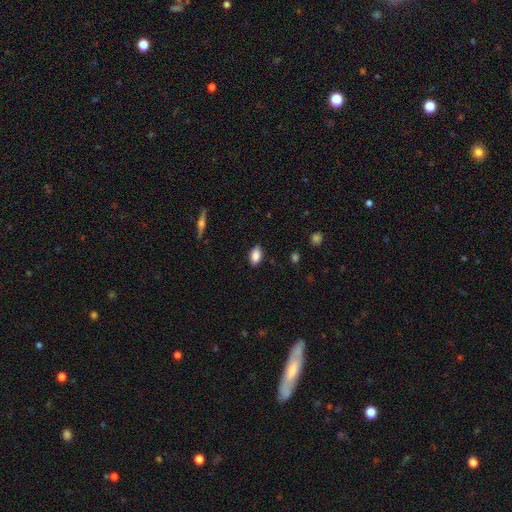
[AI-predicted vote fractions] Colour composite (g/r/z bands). It shows a smooth galaxy with no disk features (86%) that is in between round and cigar-shaped (90%). Merging: none (85%).